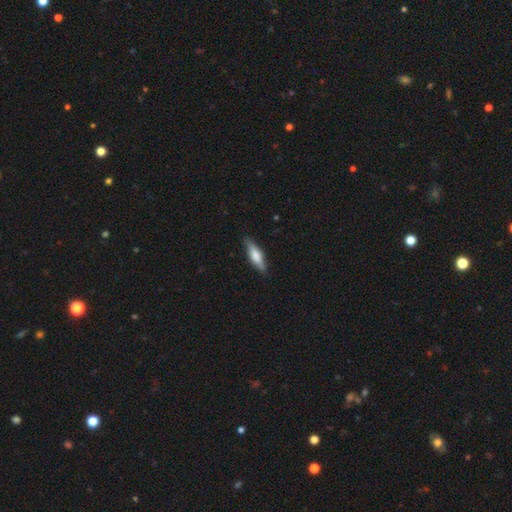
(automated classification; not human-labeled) Overall: smooth (63%; featured or disk 31%). How rounded: cigar-shaped (58%; in between 40%). Merging: none (83%).